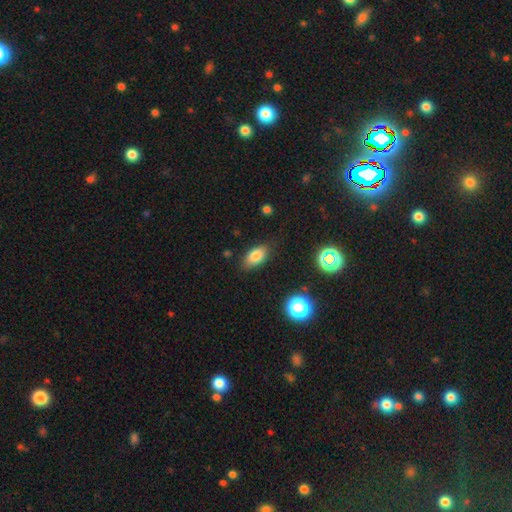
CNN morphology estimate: Overall: smooth (80%). How rounded: in between (89%). Merging: none (82%).